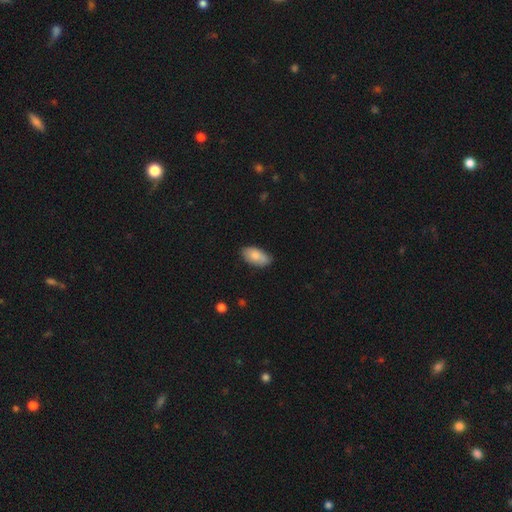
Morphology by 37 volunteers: Smooth or featured? 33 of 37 (89%) said smooth. How rounded? 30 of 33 (91%) said in between. Merging? 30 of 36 (83%) said none.